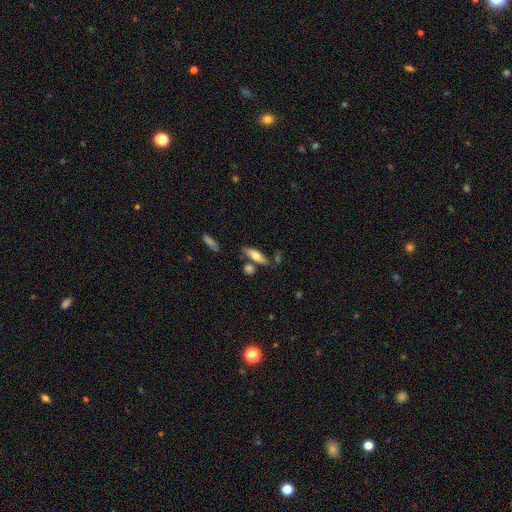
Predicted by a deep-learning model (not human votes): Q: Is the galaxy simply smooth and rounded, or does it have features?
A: smooth — 67%.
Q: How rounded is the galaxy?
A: in between — 58%.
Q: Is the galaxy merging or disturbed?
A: none — 67%.